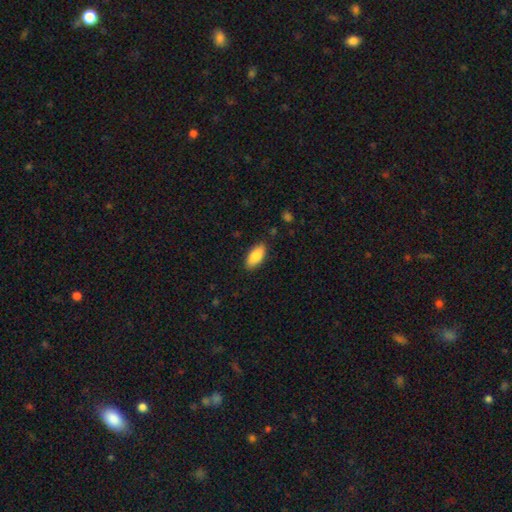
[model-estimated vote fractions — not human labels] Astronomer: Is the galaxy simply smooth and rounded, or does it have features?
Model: smooth — 84%.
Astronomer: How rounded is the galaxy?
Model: in between — 87%.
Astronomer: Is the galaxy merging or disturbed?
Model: none — 87%.